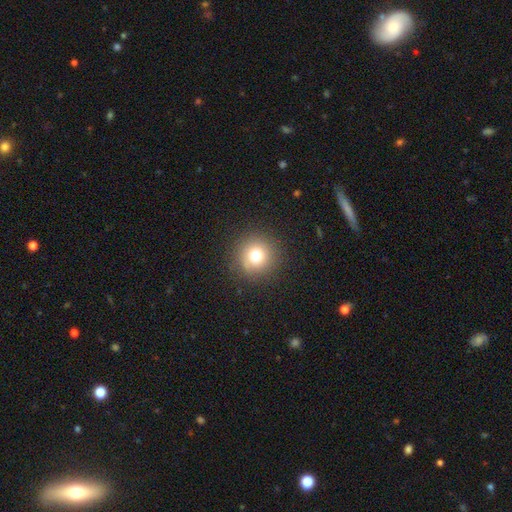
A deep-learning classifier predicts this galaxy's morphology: This is likely a smooth galaxy (75%). How rounded: clearly round (95%). Merging: clearly none (88%).